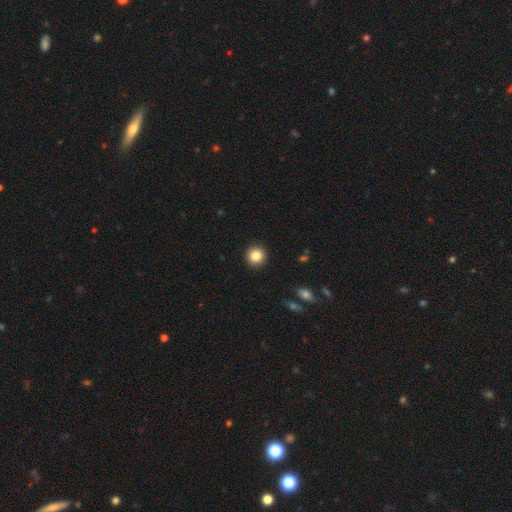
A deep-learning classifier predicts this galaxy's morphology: Smooth or featured? smooth (86%)
How rounded? round (93%)
Merging? none (91%)